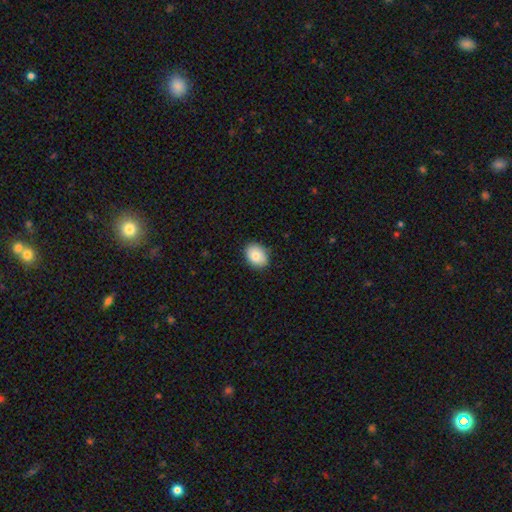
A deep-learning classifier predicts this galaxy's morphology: Q: Smooth or featured?
A: smooth (84%); runner-up: featured or disk (8%)
Q: How rounded?
A: in between (70%); runner-up: round (29%)
Q: Merging?
A: none (88%); runner-up: minor disturbance (10%)